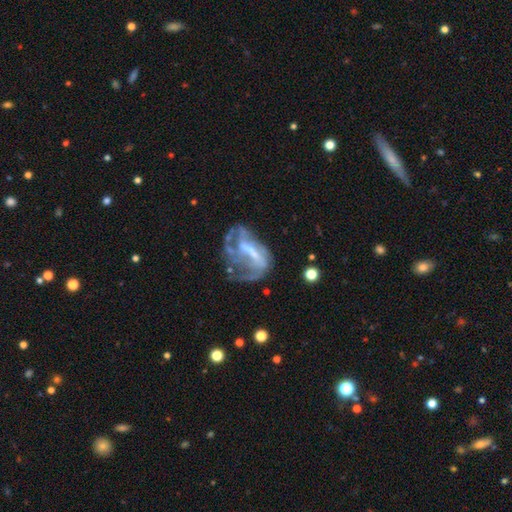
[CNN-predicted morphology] A featured or disk galaxy (72%) with a strong bar (47%), spiral arms (60%) and no central bulge (41%). Merging: major disturbance (42%).